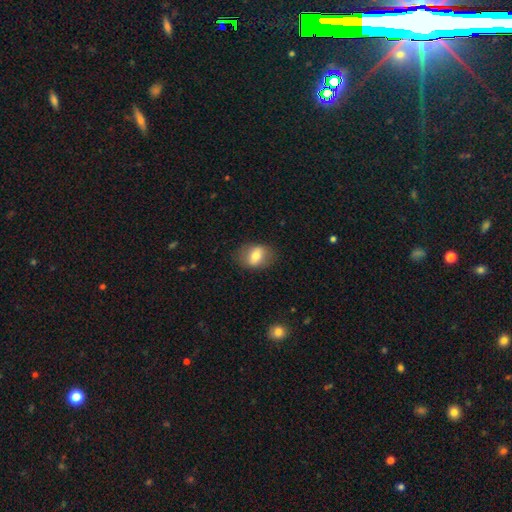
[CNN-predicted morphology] Smooth or featured?
  - smooth: 70% *
  - featured or disk: 22%
  - star or artifact: 8%
How rounded?
  - in between: 72% *
  - round: 26%
  - cigar-shaped: 2%
Merging?
  - none: 80% *
  - minor disturbance: 14%
  - major disturbance: 5%
  - merger: 1%